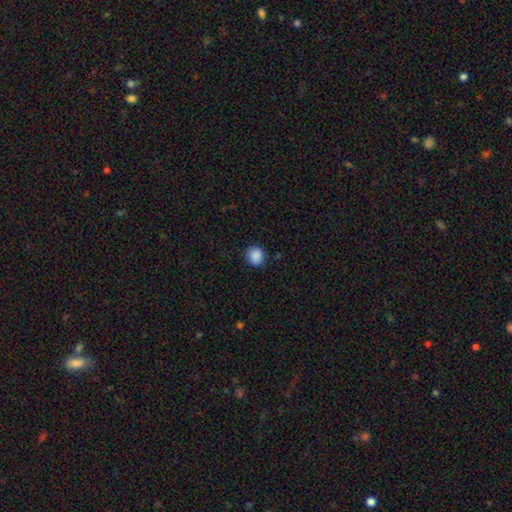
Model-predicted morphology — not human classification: Smooth or featured?
  - smooth: 88% *
  - star or artifact: 9%
  - featured or disk: 3%
How rounded?
  - round: 83% *
  - in between: 16%
  - cigar-shaped: 1%
Merging?
  - none: 87% *
  - minor disturbance: 9%
  - major disturbance: 2%
  - merger: 1%